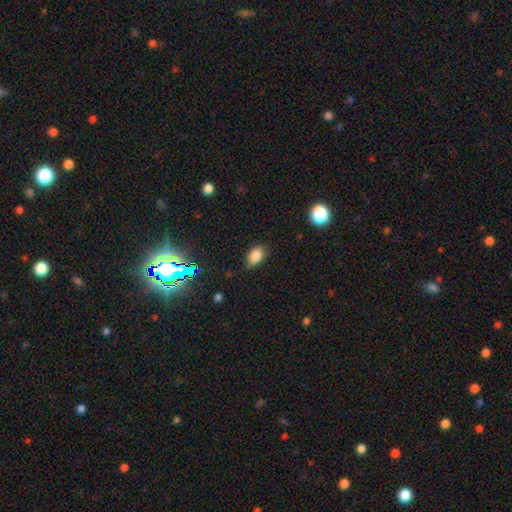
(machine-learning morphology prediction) A smooth galaxy with no disk features (82%) that is in between round and cigar-shaped (86%). Merging: none (72%).